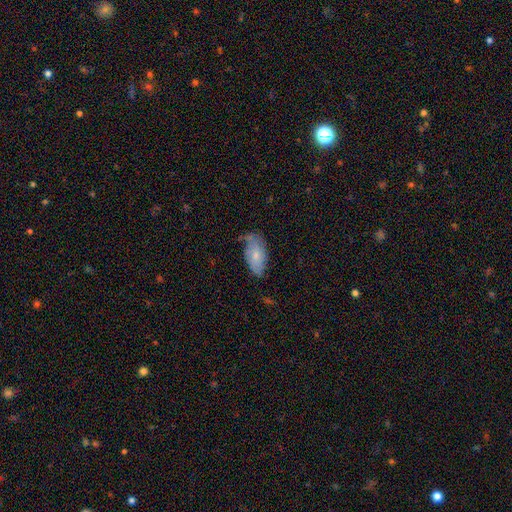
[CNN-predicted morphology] Smooth or featured? Predicted: smooth (p=0.63). How rounded? Predicted: in between (p=0.92). Merging? Predicted: none (p=0.53).